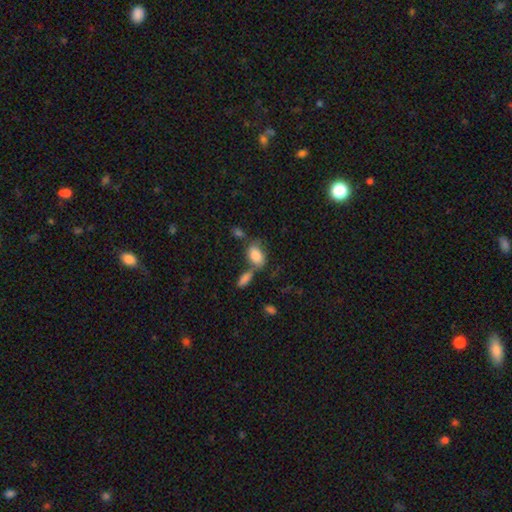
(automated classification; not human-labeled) smooth-or-featured: smooth: 82% | featured or disk: 10% | star or artifact: 8%
  how-rounded: in between: 89% | round: 9% | cigar-shaped: 2%
  merging: none: 47% | merger: 30% | minor disturbance: 16% | major disturbance: 7%